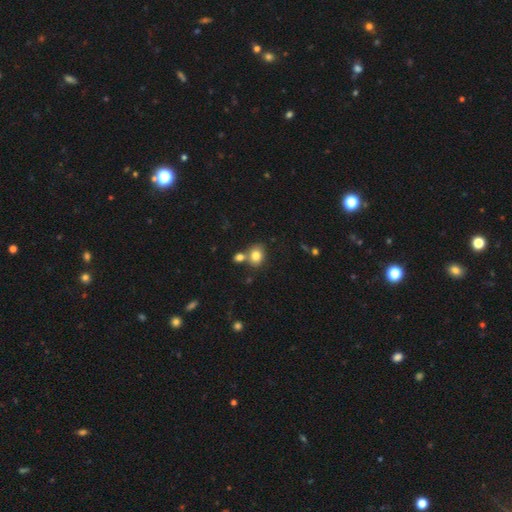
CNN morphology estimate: Smooth or featured: smooth — 81% (star or artifact — 10%)
How rounded: in between — 53% (round — 46%)
Merging: none — 57% (merger — 28%)